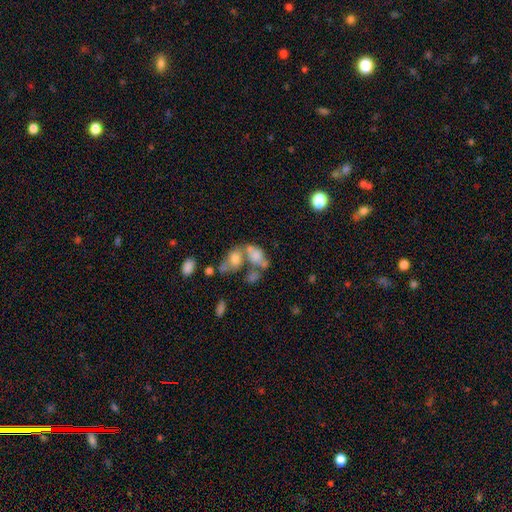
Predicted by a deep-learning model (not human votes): Overall: smooth (65%). How rounded: in between (79%). Merging: merger (55%; none 22%).